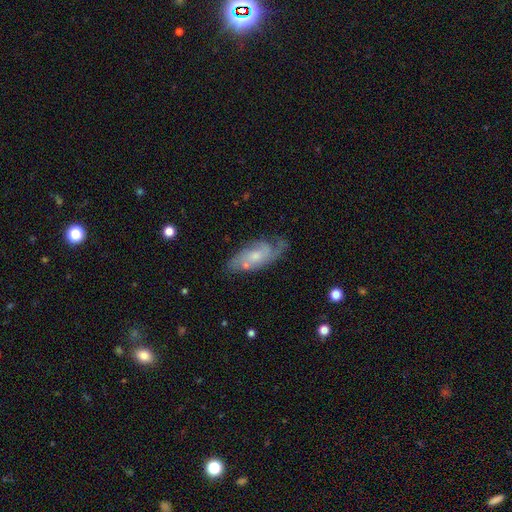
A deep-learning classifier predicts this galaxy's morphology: type=featured or disk (68%); edge-on=no (90%); bar=no (71%); spiral arms=yes (87%); winding=tight (43%); arm count=2 (36%, tied with can't tell); bulge=small (52%); merging=none (60%).